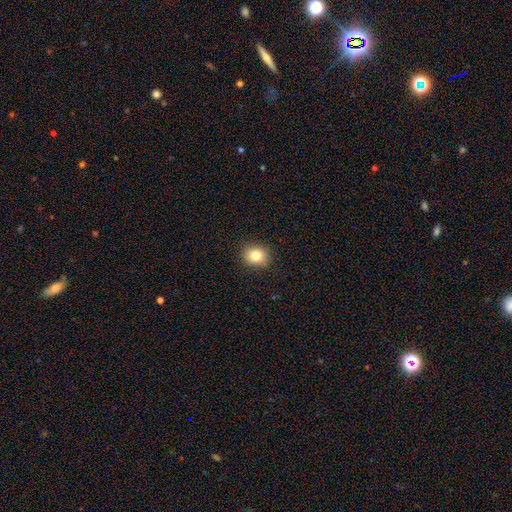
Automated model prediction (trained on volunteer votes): Morphology: type=smooth (82%); roundness=round (74%); merging=none (89%).